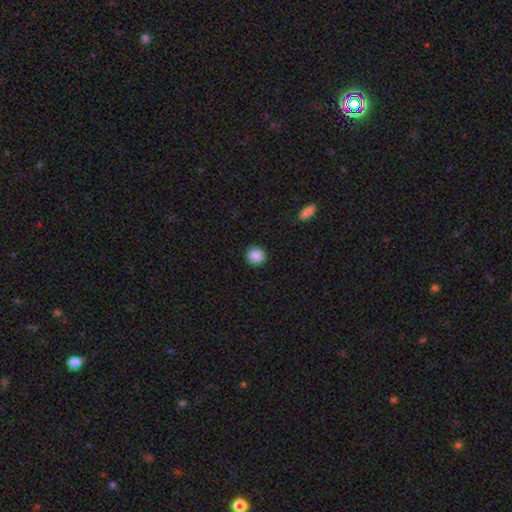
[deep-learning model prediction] Overall: smooth (88%). How rounded: round (92%). Merging: none (89%).